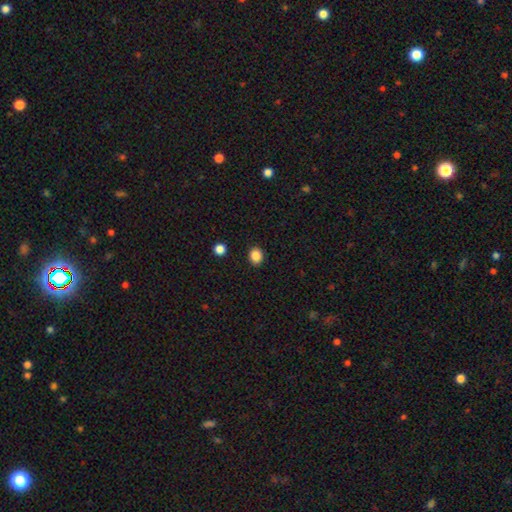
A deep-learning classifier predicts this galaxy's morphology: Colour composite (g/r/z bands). It shows a smooth galaxy with no disk features (87%) that is round (67%). Merging: none (90%).